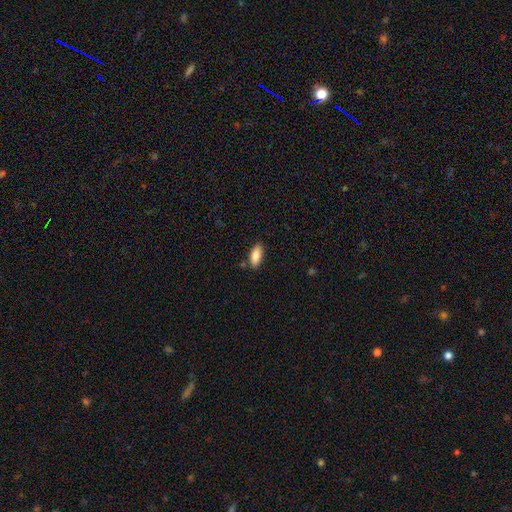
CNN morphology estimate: This appears to be a smooth galaxy with no disk features (86%) that is in between round and cigar-shaped (86%). Merging: none (81%).